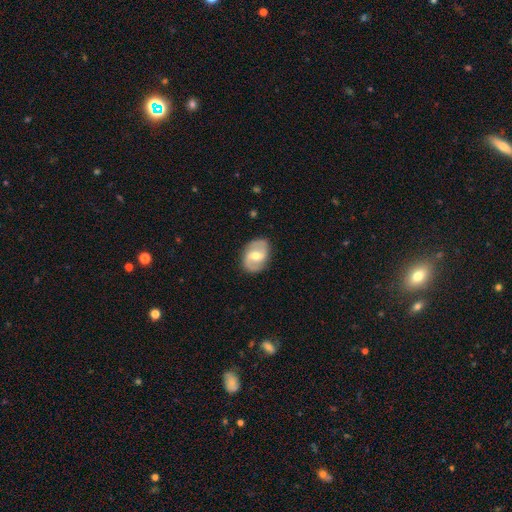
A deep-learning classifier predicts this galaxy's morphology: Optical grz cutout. It shows a featured or disk galaxy (74%) with a weak bar (49%), 2 (89%) medium (47%) spiral arms (86%) and a moderate central bulge (71%). Merging: none (83%).